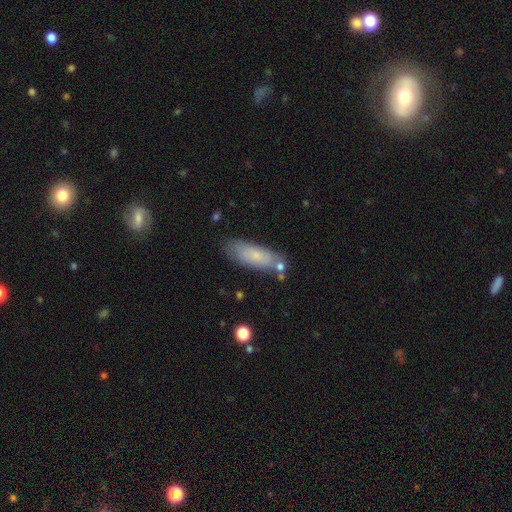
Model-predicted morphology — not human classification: smooth-or-featured: smooth: 73% | featured or disk: 19% | star or artifact: 8%
  how-rounded: in between: 65% | cigar-shaped: 33% | round: 2%
  merging: none: 69% | minor disturbance: 19% | merger: 8% | major disturbance: 4%